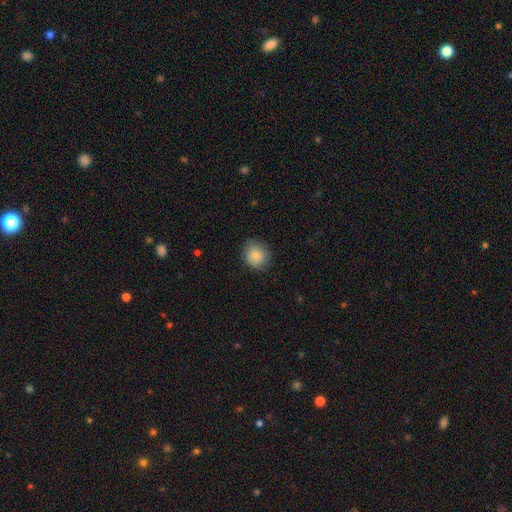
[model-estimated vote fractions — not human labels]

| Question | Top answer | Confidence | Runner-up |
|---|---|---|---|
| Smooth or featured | smooth | 86% | star or artifact (8%) |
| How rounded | round | 81% | in between (19%) |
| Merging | none | 83% | minor disturbance (13%) |